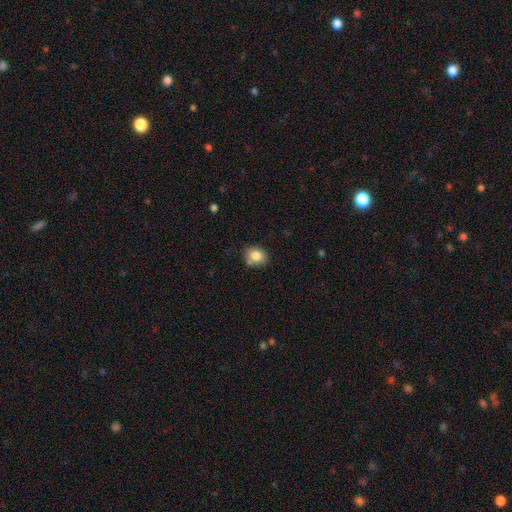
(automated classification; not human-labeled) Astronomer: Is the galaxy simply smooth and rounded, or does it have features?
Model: smooth — 81%.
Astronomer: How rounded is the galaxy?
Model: round — 57% (runner-up: in between, 42%).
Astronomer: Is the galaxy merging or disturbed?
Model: none — 73%.